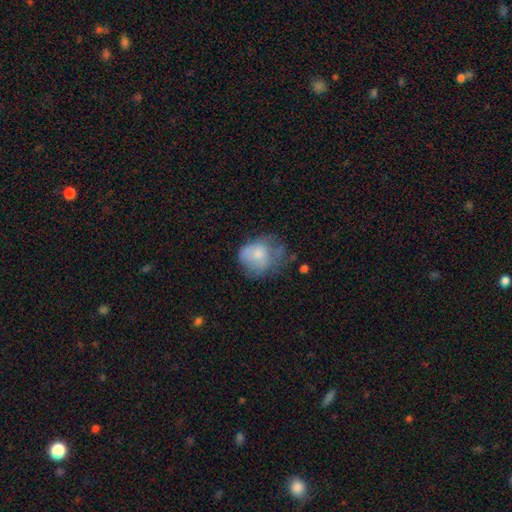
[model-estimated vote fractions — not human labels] Smooth or featured: smooth — 66% (featured or disk — 25%)
How rounded: round — 59% (in between — 40%)
Merging: none — 34% (minor disturbance — 32%)